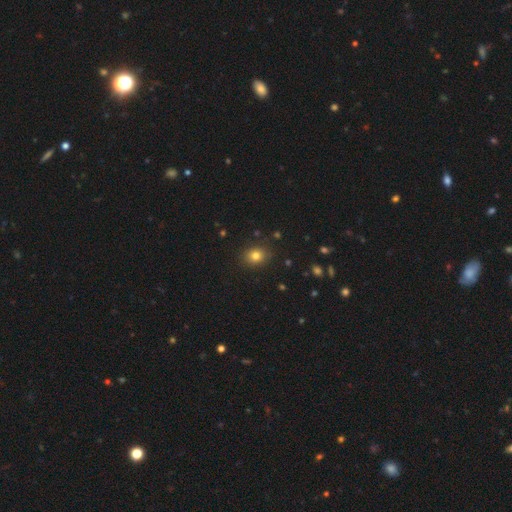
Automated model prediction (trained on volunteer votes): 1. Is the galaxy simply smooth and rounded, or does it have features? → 79% smooth, 13% star or artifact, 8% featured or disk.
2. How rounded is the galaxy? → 60% round, 39% in between, 1% cigar-shaped.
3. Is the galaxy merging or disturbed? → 87% none, 9% minor disturbance, 3% major disturbance, 1% merger.